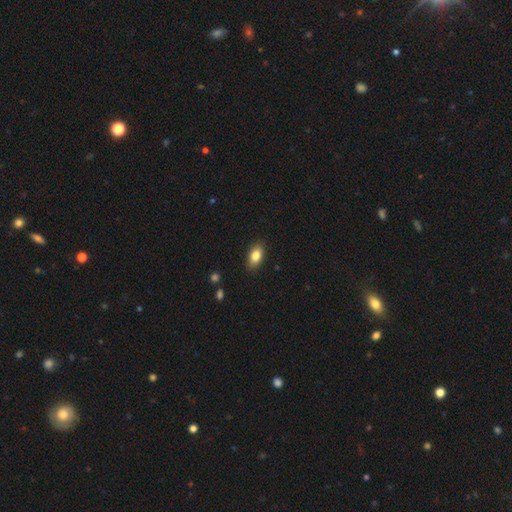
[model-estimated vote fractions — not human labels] Overall: smooth (82%). How rounded: in between (88%). Merging: none (88%).